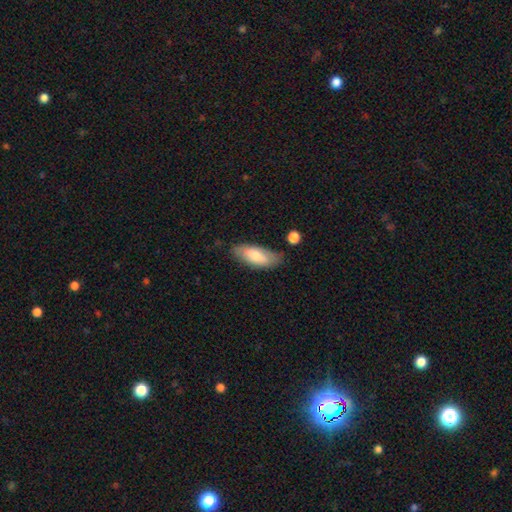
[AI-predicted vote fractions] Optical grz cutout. It shows a smooth galaxy with no disk features (77%) that is in between round and cigar-shaped (80%). Merging: none (73%).